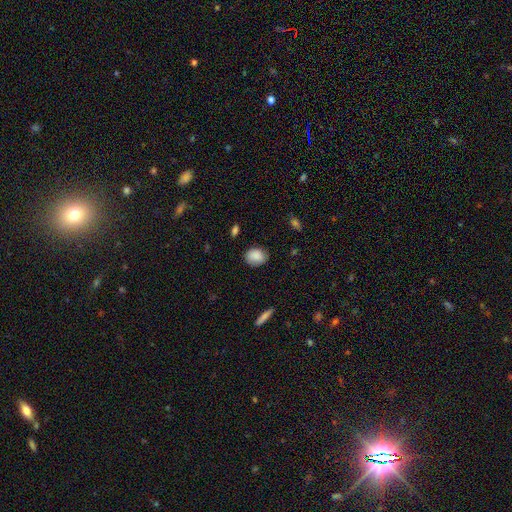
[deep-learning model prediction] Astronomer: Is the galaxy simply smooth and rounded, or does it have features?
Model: smooth — 87%.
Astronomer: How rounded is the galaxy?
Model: in between — 53% (runner-up: round, 46%).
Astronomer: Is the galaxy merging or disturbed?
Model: none — 82%.